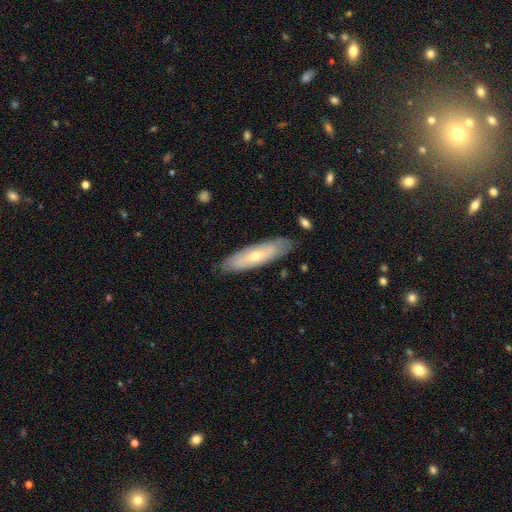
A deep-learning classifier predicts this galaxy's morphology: type=smooth (48%); merging=none (83%).